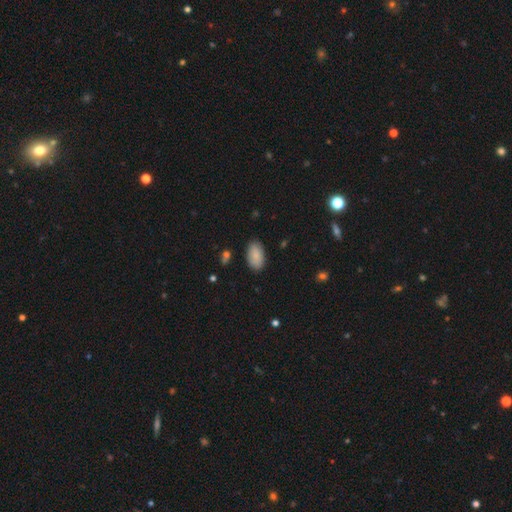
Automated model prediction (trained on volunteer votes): Smooth or featured: smooth — 86% (featured or disk — 8%)
How rounded: in between — 95% (round — 4%)
Merging: none — 86% (minor disturbance — 11%)